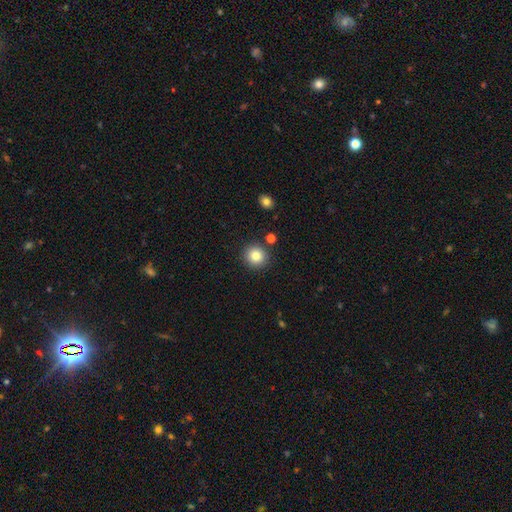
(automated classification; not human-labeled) Overall: smooth (83%). How rounded: round (91%). Merging: none (88%).